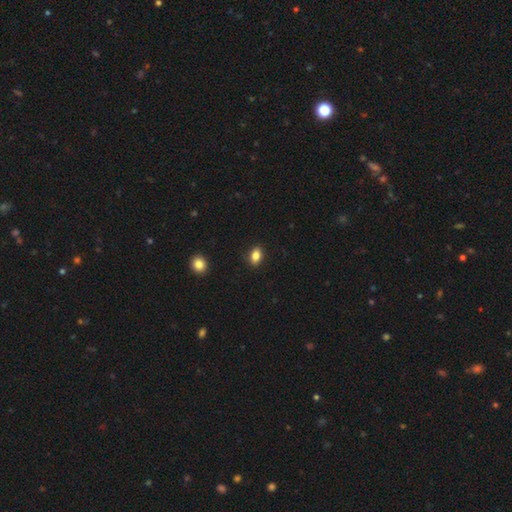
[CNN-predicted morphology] smooth 83%, star or artifact 10%, featured or disk 7%. Down the decision tree: how rounded — in between (82%); merging — none (89%).